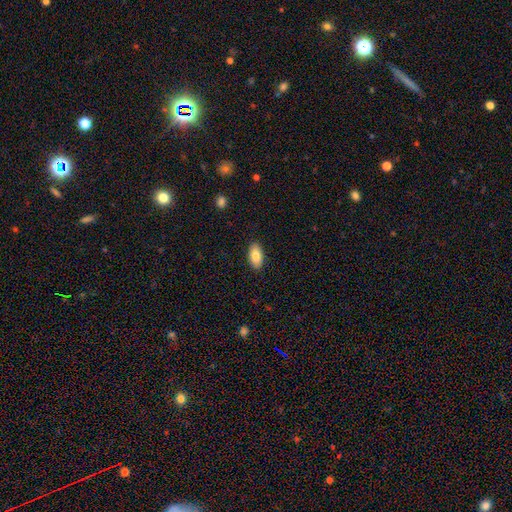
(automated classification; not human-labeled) Smooth or featured? Predicted: smooth (p=0.87). How rounded? Predicted: in between (p=0.94). Merging? Predicted: none (p=0.88).